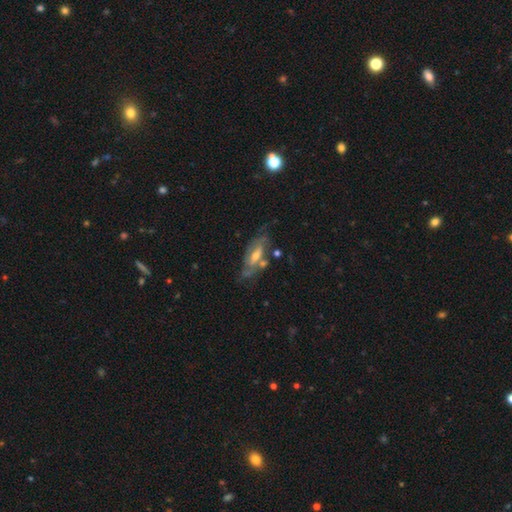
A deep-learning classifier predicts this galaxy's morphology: Smooth or featured? Predicted: featured or disk (p=0.73). Edge-on disk? Predicted: no (p=0.79). Bar? Predicted: weak (p=0.43). Spiral arms? Predicted: yes (p=0.79). Bulge size? Predicted: moderate (p=0.56). Merging? Predicted: none (p=0.61).